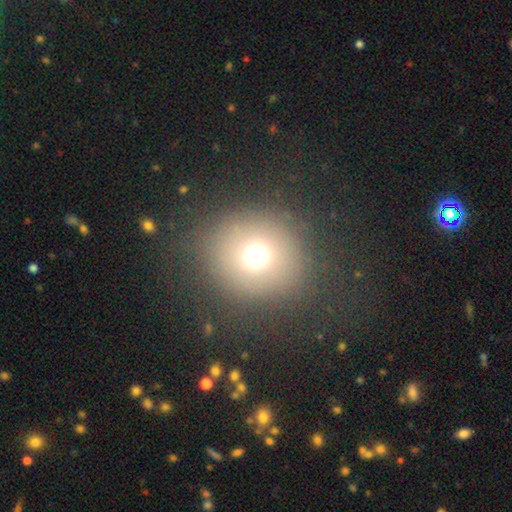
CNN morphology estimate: The model was most divided on "smooth or featured": smooth: 69%, star or artifact: 21%, featured or disk: 10%. More confident: how rounded — round (88%); merging — none (83%).